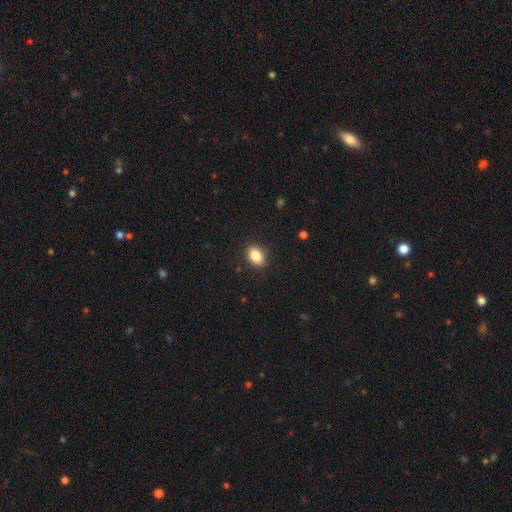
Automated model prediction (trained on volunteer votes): Smooth or featured? smooth (86%)
How rounded? in between (83%)
Merging? none (88%)